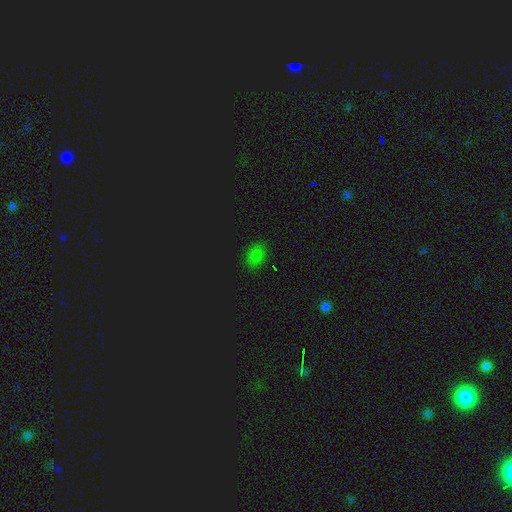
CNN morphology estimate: smooth 70%, star or artifact 26%, featured or disk 5%. Down the decision tree: how rounded — in between (66%); merging — none (83%).